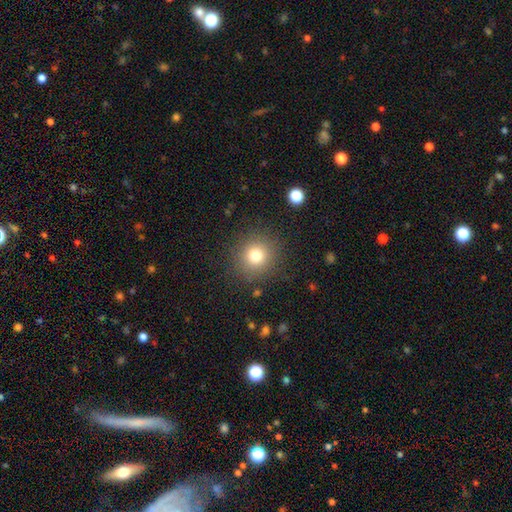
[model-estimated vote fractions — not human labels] Smooth or featured? smooth (77%)
How rounded? round (91%)
Merging? none (87%)